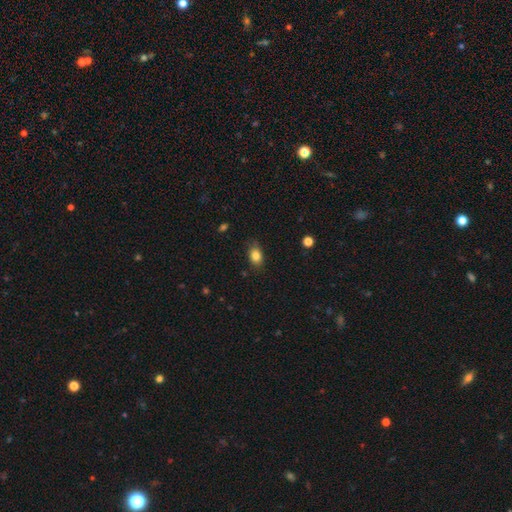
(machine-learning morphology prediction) smooth_or_featured: smooth (p=0.84) [alt: star or artifact p=0.09]
how_rounded: in between (p=0.79) [alt: round p=0.19]
merging: none (p=0.79) [alt: minor disturbance p=0.17]